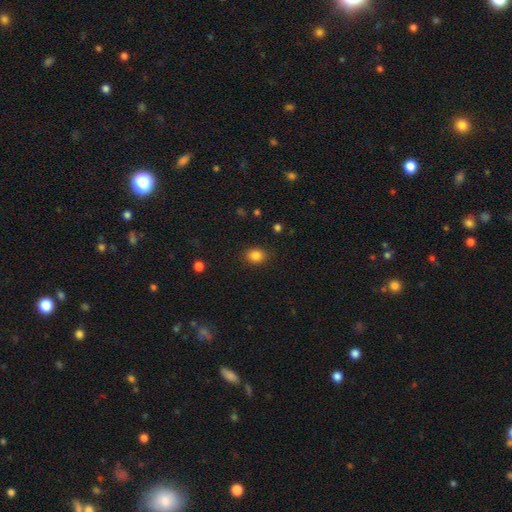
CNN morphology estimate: Smooth or featured? Predicted: smooth (p=0.85). How rounded? Predicted: round (p=0.56). Merging? Predicted: none (p=0.87).